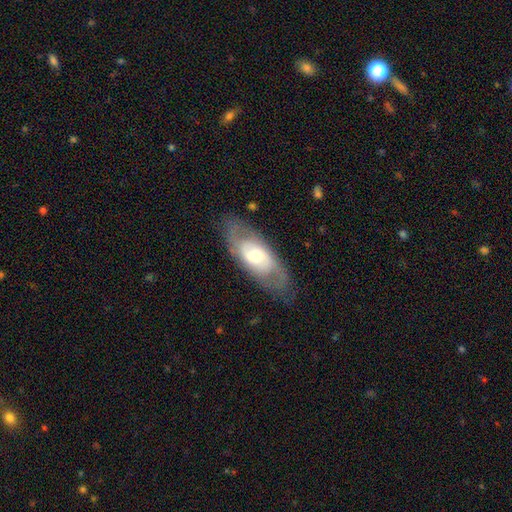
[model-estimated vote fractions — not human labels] smooth-or-featured: featured or disk: 59% | smooth: 35% | star or artifact: 6%
  disk-edge-on: no: 85% | yes: 15%
    bar: no: 60% | weak: 30% | strong: 10%
    has-spiral-arms: yes: 62% | no: 38%
    bulge-size: moderate: 62% | small: 20% | large: 15% | dominant: 1% | none: 1%
  merging: none: 73% | minor disturbance: 18% | major disturbance: 8% | merger: 1%